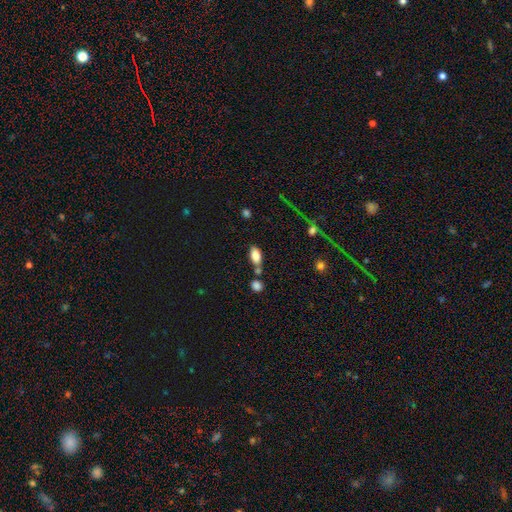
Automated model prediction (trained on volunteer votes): smooth_or_featured: smooth (p=0.82) [alt: featured or disk p=0.09]
how_rounded: in between (p=0.90) [alt: cigar-shaped p=0.06]
merging: none (p=0.60) [alt: merger p=0.22]